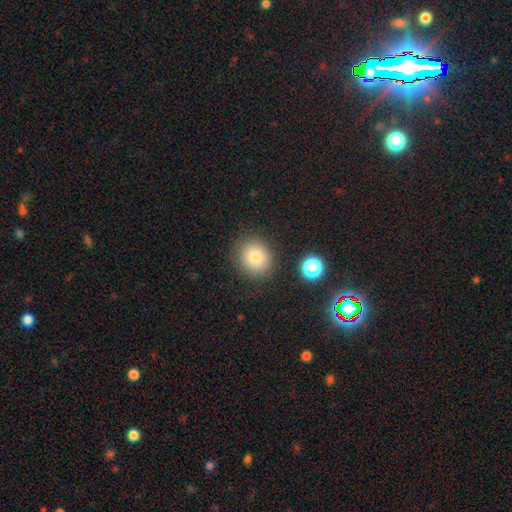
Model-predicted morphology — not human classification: A smooth galaxy with no disk features (79%) that is round (82%). Merging: none (86%).